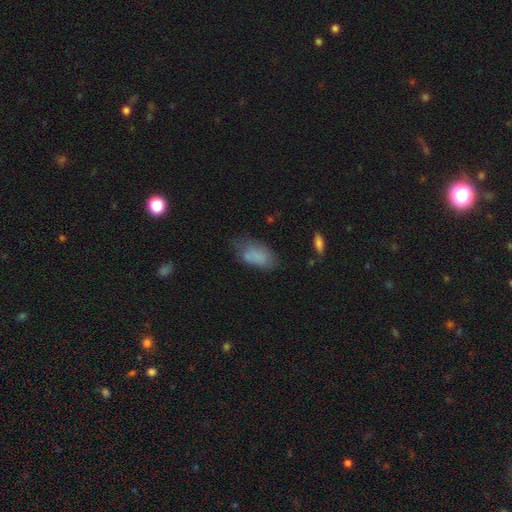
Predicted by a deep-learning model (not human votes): Smooth or featured?
  - smooth: 79% *
  - featured or disk: 12%
  - star or artifact: 9%
How rounded?
  - in between: 92% *
  - round: 4%
  - cigar-shaped: 3%
Merging?
  - none: 50% *
  - minor disturbance: 32%
  - major disturbance: 15%
  - merger: 4%